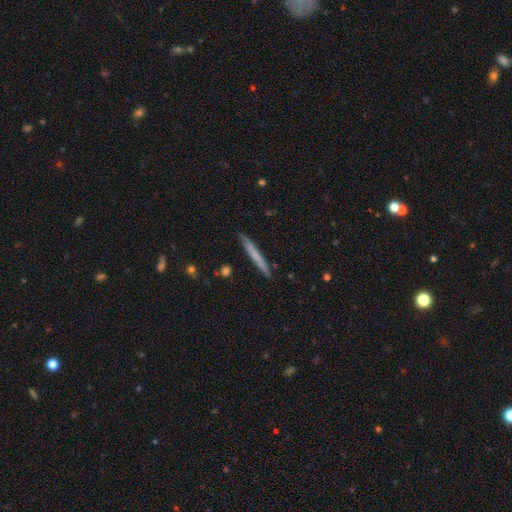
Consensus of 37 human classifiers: Q: Smooth or featured?
A: smooth (57%); runner-up: featured or disk (35%)
Q: How rounded?
A: cigar-shaped (100%)
Q: Merging?
A: none (94%); runner-up: minor disturbance (6%)